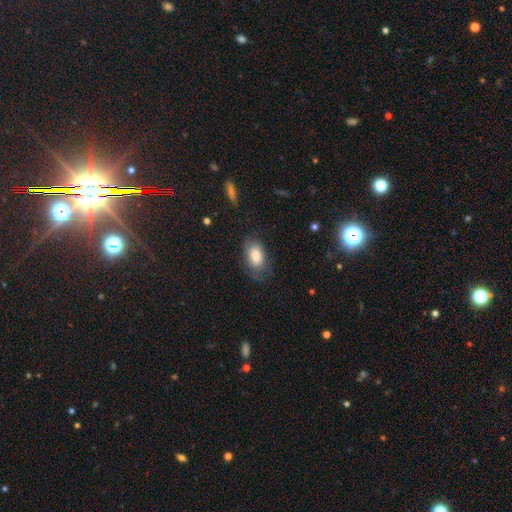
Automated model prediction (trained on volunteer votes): Q: Smooth or featured?
A: smooth (78%); runner-up: featured or disk (16%)
Q: How rounded?
A: in between (92%); runner-up: round (7%)
Q: Merging?
A: none (67%); runner-up: minor disturbance (22%)